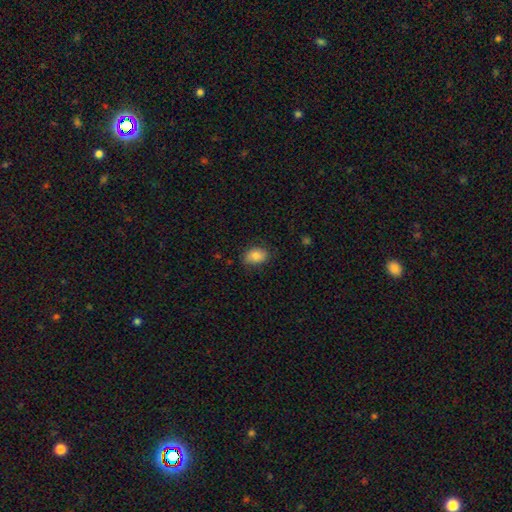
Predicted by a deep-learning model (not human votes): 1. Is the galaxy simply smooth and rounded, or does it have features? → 82% smooth, 10% featured or disk, 8% star or artifact.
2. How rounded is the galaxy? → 78% in between, 21% round, 1% cigar-shaped.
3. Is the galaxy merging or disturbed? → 81% none, 15% minor disturbance, 3% major disturbance, 1% merger.